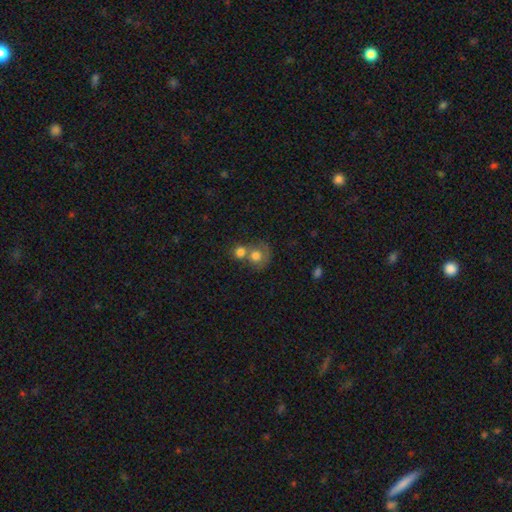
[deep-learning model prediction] Smooth or featured? smooth (72%)
How rounded? round (77%)
Merging? merger (58%)